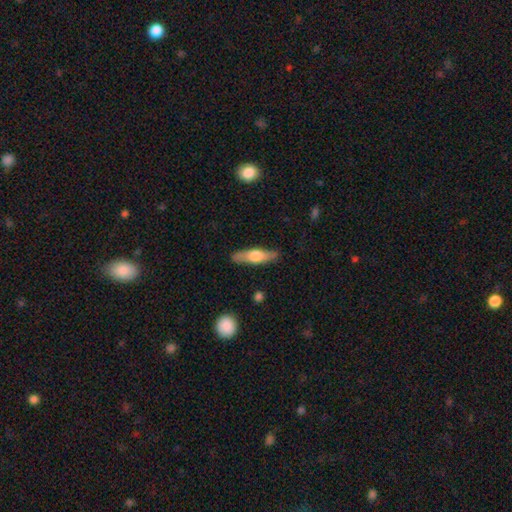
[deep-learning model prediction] Q: Smooth or featured?
A: smooth (50%); runner-up: featured or disk (45%)
Q: Merging?
A: none (85%); runner-up: minor disturbance (12%)